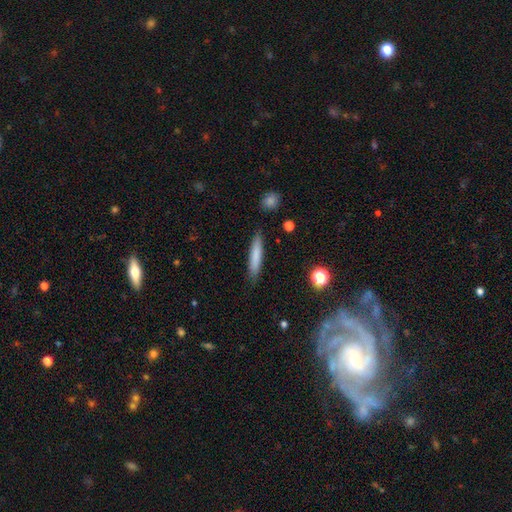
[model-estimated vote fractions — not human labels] Morphology: type=smooth (78%); roundness=cigar-shaped (89%); merging=none (86%).